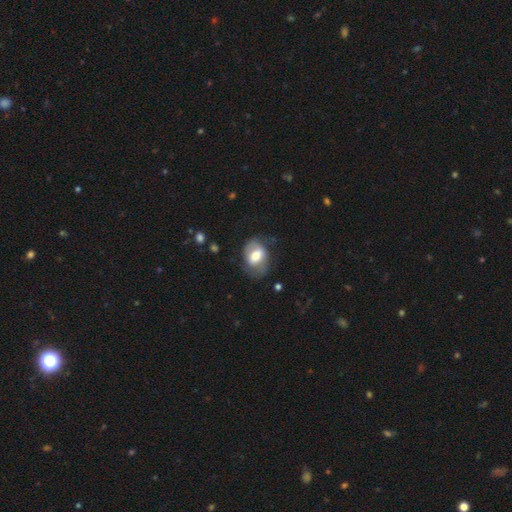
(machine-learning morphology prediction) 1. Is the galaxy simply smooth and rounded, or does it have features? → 56% smooth, 37% featured or disk, 7% star or artifact.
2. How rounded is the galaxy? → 74% in between, 24% round, 1% cigar-shaped.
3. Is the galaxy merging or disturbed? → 60% none, 24% minor disturbance, 14% major disturbance, 2% merger.